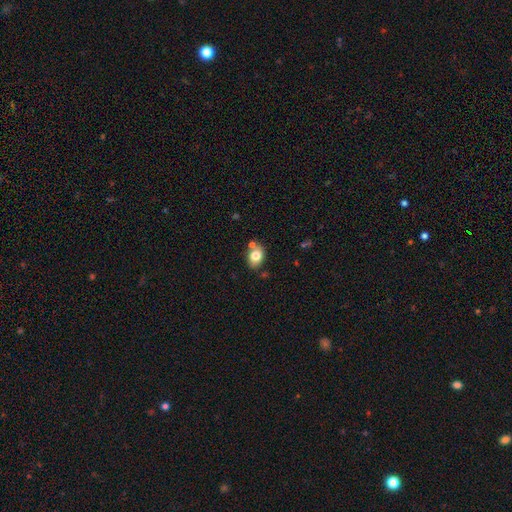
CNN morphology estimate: Overall: smooth (78%). How rounded: in between (66%; round 33%). Merging: none (70%).